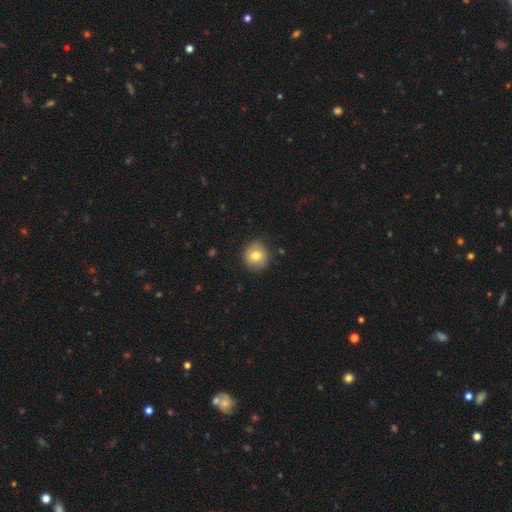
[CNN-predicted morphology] type=smooth (75%); roundness=round (88%); merging=none (84%).